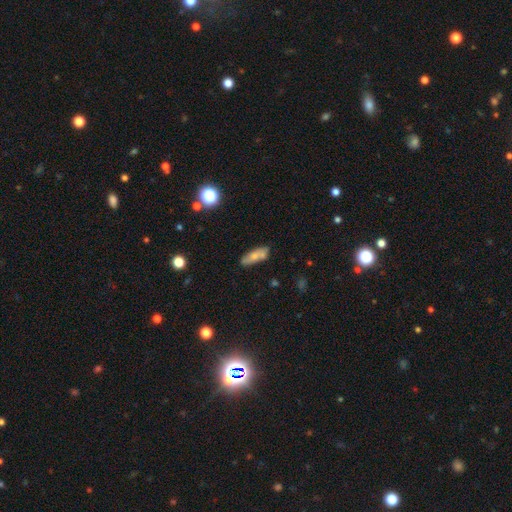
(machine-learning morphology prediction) type=smooth (68%); roundness=in between (60%); merging=none (70%).